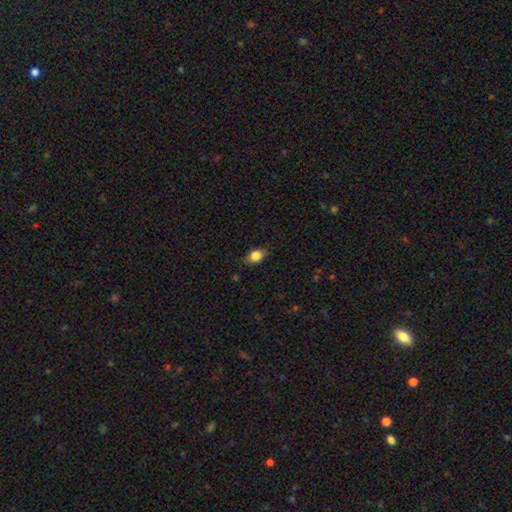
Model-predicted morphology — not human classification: A smooth galaxy with no disk features (84%) that is in between round and cigar-shaped (77%).

Vote fractions:
- Smooth or featured? smooth: 84% / star or artifact: 9% / featured or disk: 7%
- How rounded? in between: 77% / round: 20% / cigar-shaped: 3%
- Merging? none: 81% / minor disturbance: 15% / major disturbance: 3% / merger: 1%